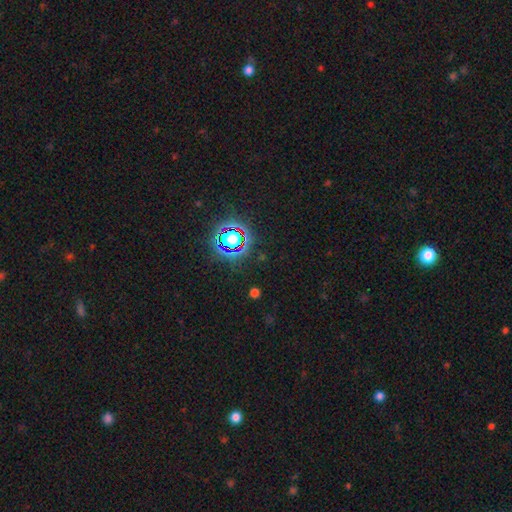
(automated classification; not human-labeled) This is clearly a star or artifact rather than a galaxy (81%).